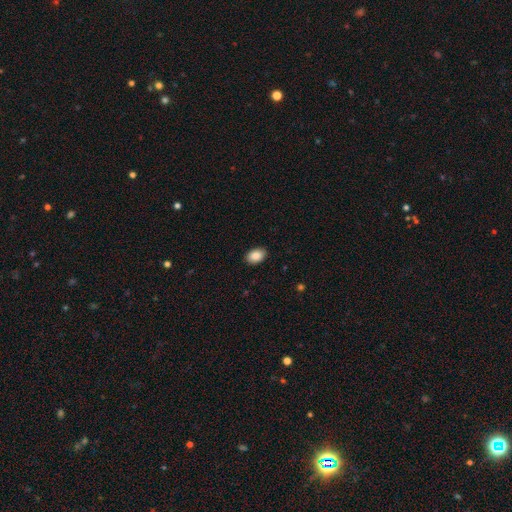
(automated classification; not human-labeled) The model was most divided on "how rounded": in between: 85%, round: 14%, cigar-shaped: 1%. More confident: smooth or featured — smooth (89%); merging — none (89%).